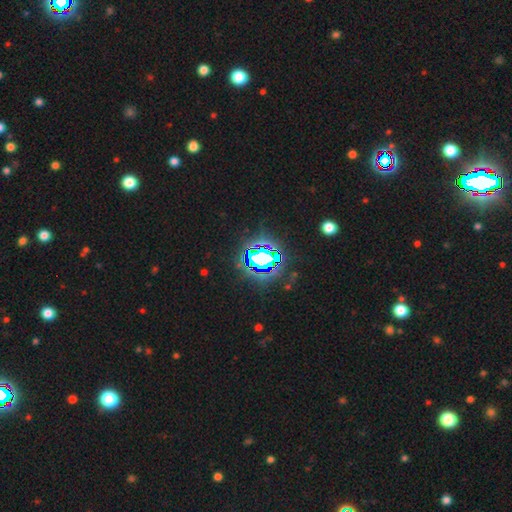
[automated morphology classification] smooth_or_featured: star or artifact (p=0.75) [alt: smooth p=0.14]